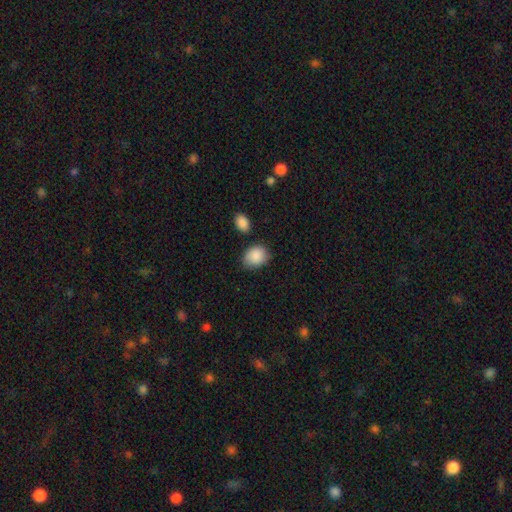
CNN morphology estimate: Smooth or featured? Predicted: smooth (p=0.88). How rounded? Predicted: in between (p=0.60). Merging? Predicted: none (p=0.75).